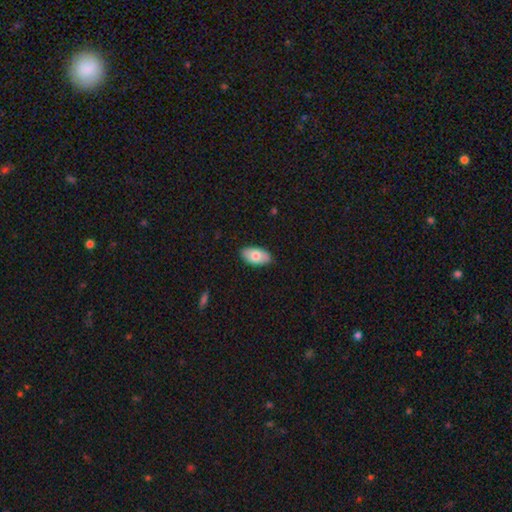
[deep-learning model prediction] Smooth or featured?
  - smooth: 76% *
  - featured or disk: 18%
  - star or artifact: 6%
How rounded?
  - in between: 95% *
  - round: 4%
  - cigar-shaped: 2%
Merging?
  - none: 86% *
  - minor disturbance: 11%
  - major disturbance: 2%
  - merger: 1%